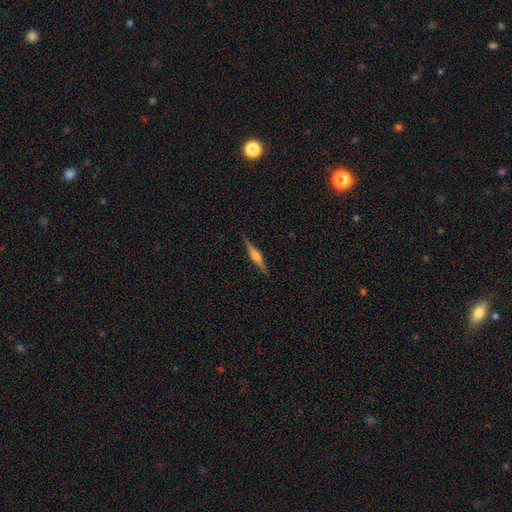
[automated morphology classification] A featured or disk galaxy (71%) viewed edge-on (98%) with a rounded central bulge (77%).

Vote fractions:
- Smooth or featured? featured or disk: 71% / smooth: 23% / star or artifact: 6%
- Edge-on disk? yes: 98% / no: 2%
- Edge-on bulge? rounded: 77% / boxy: 16% / none: 7%
- Merging? none: 90% / minor disturbance: 7% / major disturbance: 2% / merger: 1%